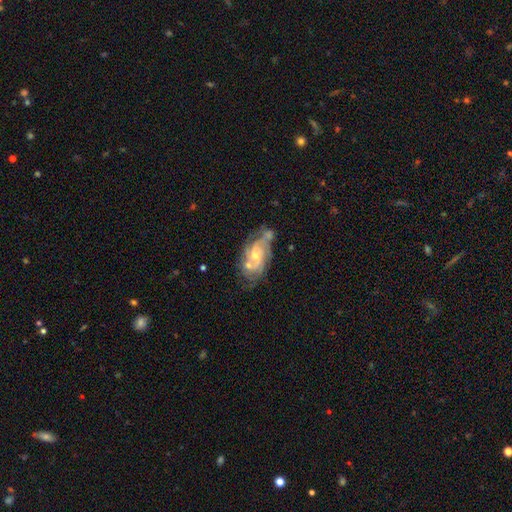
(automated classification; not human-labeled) Smooth or featured? featured or disk (84%)
Edge-on disk? no (96%)
Bar? no (52%)
Spiral arms? yes (94%)
Spiral winding? tight (47%)
Spiral arm count? 2 (40%)
Bulge size? small (50%)
Merging? none (49%)